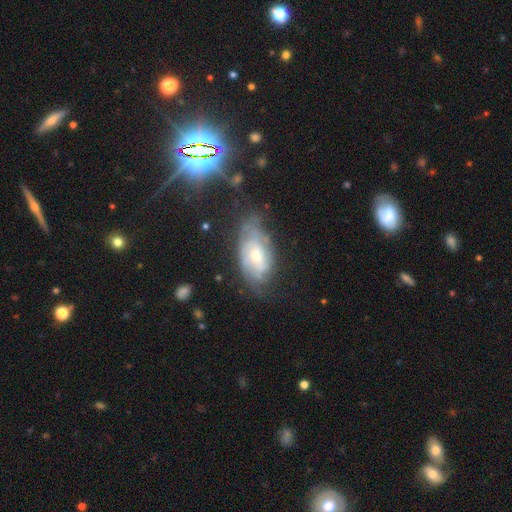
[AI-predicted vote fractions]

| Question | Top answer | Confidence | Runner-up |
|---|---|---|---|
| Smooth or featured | featured or disk | 74% | smooth (19%) |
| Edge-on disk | no | 93% | yes (7%) |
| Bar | no | 52% | weak (39%) |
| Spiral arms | yes | 87% | no (13%) |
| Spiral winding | tight | 55% | medium (34%) |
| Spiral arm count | can't tell | 48% | 2 (27%) |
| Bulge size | moderate | 52% | small (41%) |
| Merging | none | 57% | minor disturbance (27%) |